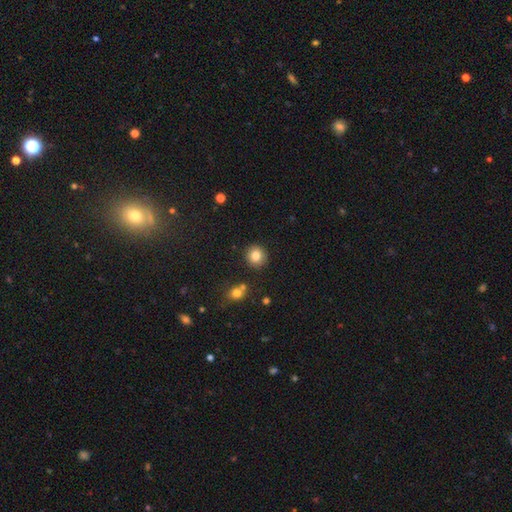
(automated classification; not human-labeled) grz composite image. It shows a smooth galaxy with no disk features (82%) that is round (90%). Merging: none (88%).